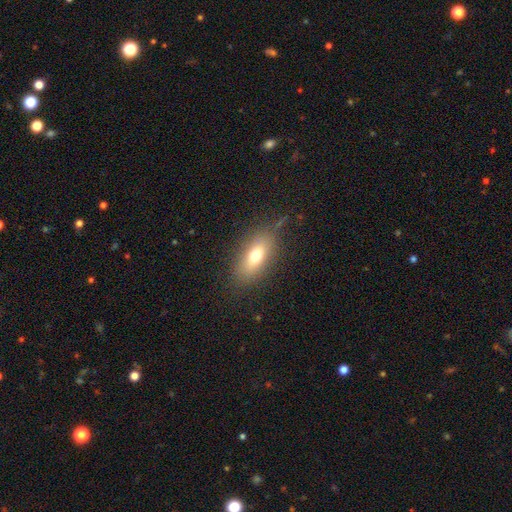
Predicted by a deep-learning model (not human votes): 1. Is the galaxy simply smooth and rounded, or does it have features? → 72% smooth, 18% featured or disk, 10% star or artifact.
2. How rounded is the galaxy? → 80% in between, 14% cigar-shaped, 6% round.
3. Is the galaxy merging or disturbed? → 80% none, 13% minor disturbance, 5% major disturbance, 2% merger.